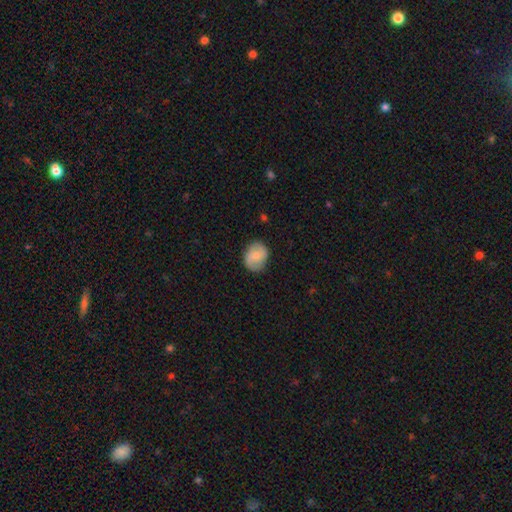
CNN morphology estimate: The model was most divided on "how rounded": round: 56%, in between: 43%, cigar-shaped: 1%. More confident: merging — none (79%); smooth or featured — smooth (65%).